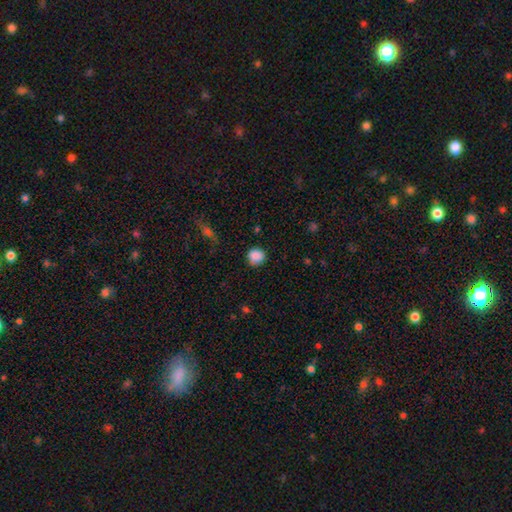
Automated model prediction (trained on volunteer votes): Smooth or featured: smooth — 87% (star or artifact — 9%)
How rounded: round — 85% (in between — 14%)
Merging: none — 80% (minor disturbance — 15%)